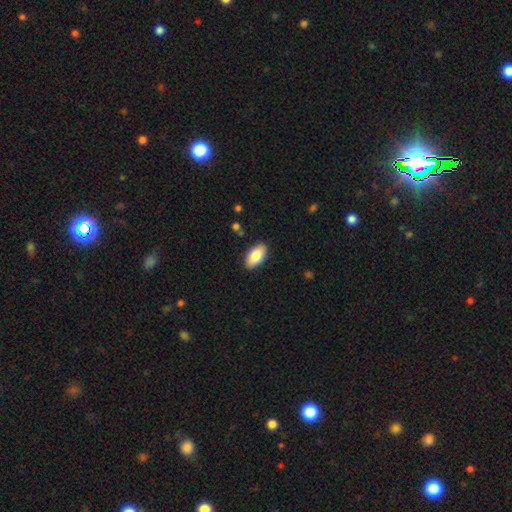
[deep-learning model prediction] This is clearly a smooth galaxy (84%). How rounded: clearly in between (94%). Merging: clearly none (89%).